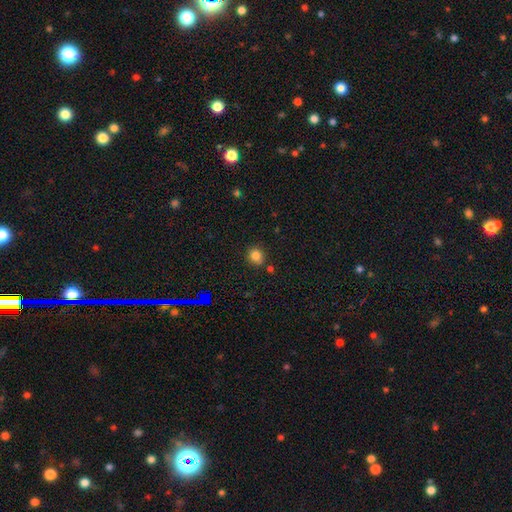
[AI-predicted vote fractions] Morphology: type=smooth (80%); roundness=round (86%); merging=none (77%).